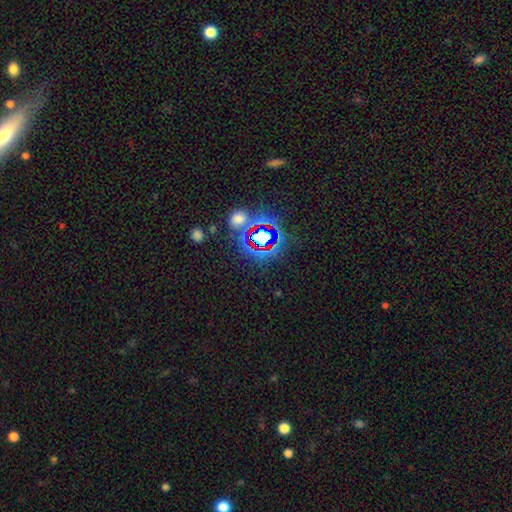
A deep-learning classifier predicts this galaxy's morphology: type=star or artifact (65%).